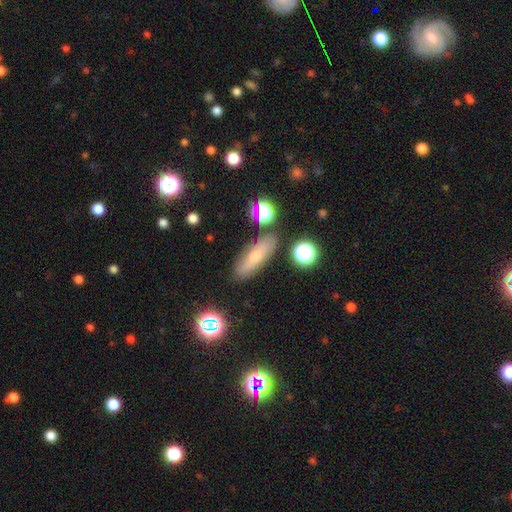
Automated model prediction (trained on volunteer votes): Smooth or featured? smooth (60%)
How rounded? cigar-shaped (49%)
Merging? none (81%)